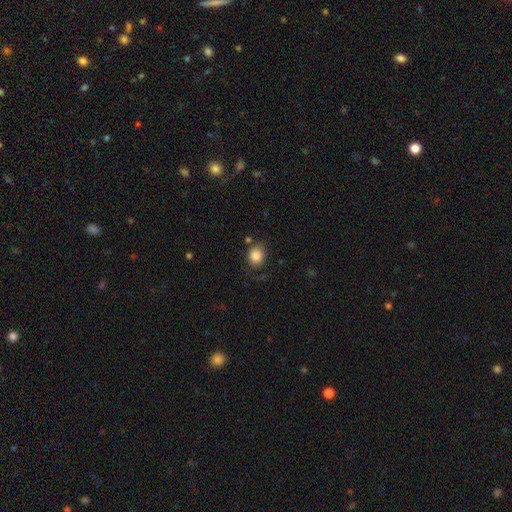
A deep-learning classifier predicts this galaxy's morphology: Smooth or featured?
  - smooth: 85% *
  - star or artifact: 9%
  - featured or disk: 5%
How rounded?
  - round: 65% *
  - in between: 34%
  - cigar-shaped: 1%
Merging?
  - none: 77% *
  - minor disturbance: 14%
  - major disturbance: 4%
  - merger: 4%